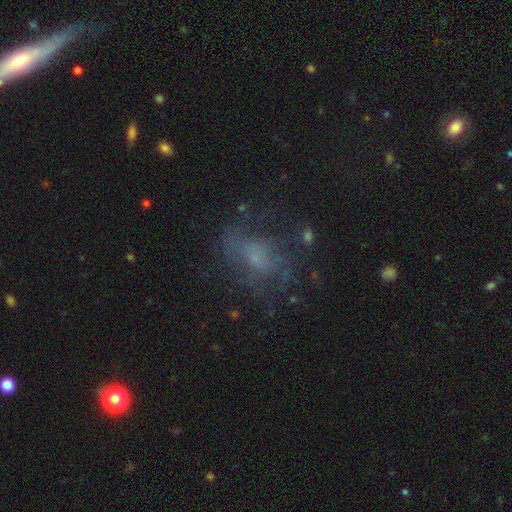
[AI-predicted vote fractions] Smooth or featured? featured or disk (43%)
Merging? none (52%)